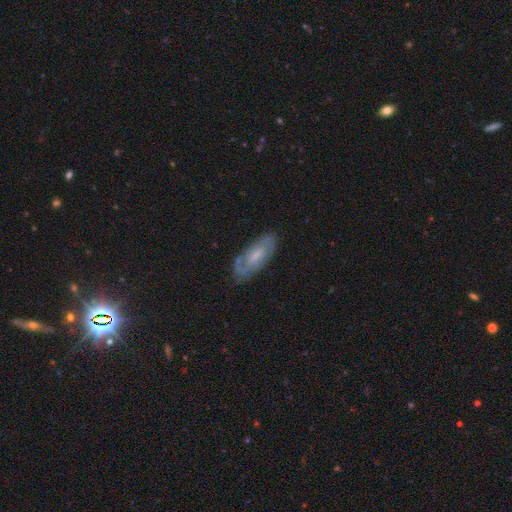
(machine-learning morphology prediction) A featured or disk galaxy (56%).

Vote fractions:
- Smooth or featured? featured or disk: 56% / smooth: 37% / star or artifact: 7%
- Edge-on disk? no: 85% / yes: 15%
- Merging? none: 73% / minor disturbance: 19% / major disturbance: 6% / merger: 2%